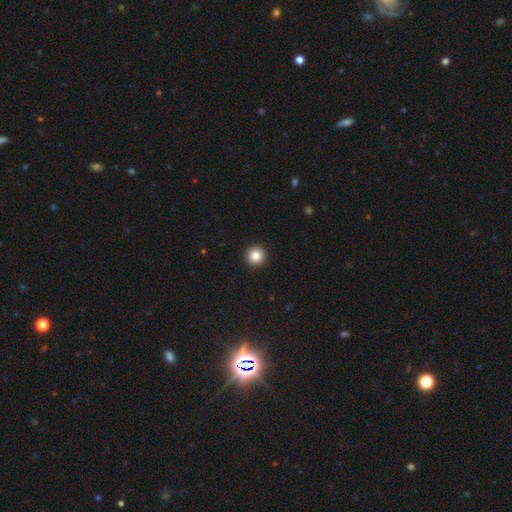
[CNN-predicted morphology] Overall: smooth (86%). How rounded: round (96%). Merging: none (94%).